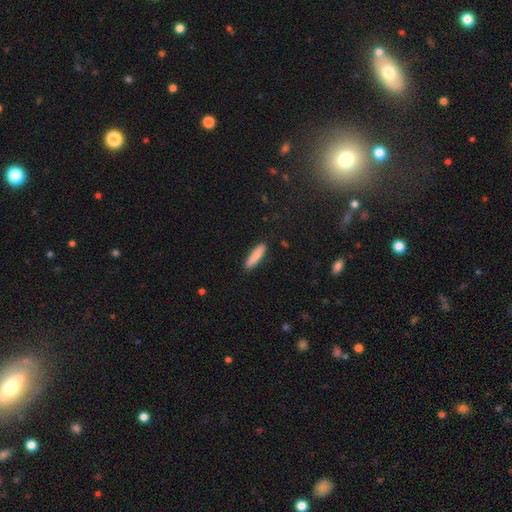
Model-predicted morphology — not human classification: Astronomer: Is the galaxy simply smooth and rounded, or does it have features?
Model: smooth — 85%.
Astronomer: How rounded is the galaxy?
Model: cigar-shaped — 72%.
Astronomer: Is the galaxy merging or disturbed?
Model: none — 88%.